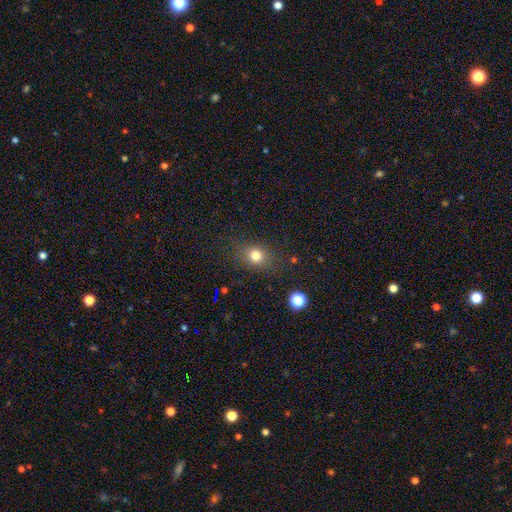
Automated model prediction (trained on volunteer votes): This is likely a smooth galaxy (78%). How rounded: likely round (60%). Merging: clearly none (82%).